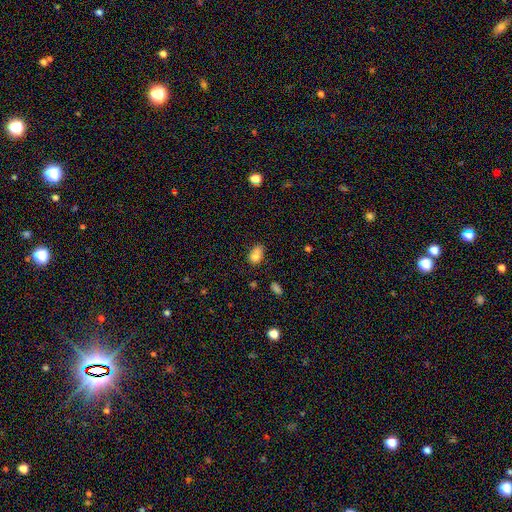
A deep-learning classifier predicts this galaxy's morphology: smooth_or_featured: smooth (p=0.81) [alt: star or artifact p=0.11]
how_rounded: in between (p=0.79) [alt: round p=0.19]
merging: none (p=0.50) [alt: minor disturbance p=0.33]